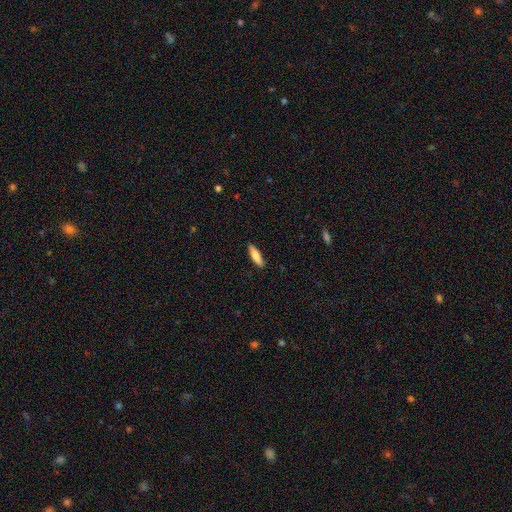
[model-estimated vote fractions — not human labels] Morphology: type=smooth (80%); roundness=cigar-shaped (61%); merging=none (86%).